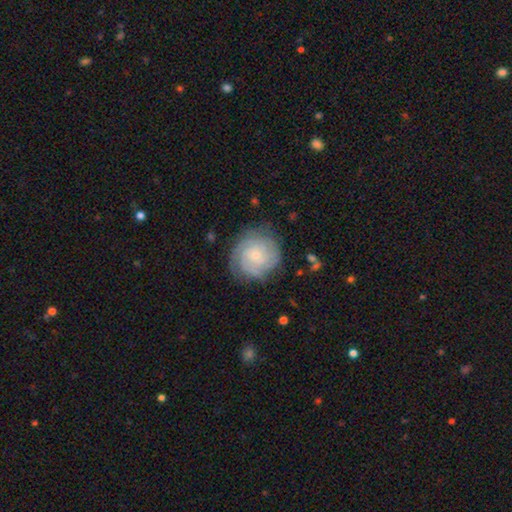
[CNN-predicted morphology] Smooth or featured: featured or disk — 77% (smooth — 16%)
Edge-on disk: no — 98% (yes — 2%)
Bar: no — 77% (weak — 20%)
Spiral arms: yes — 95% (no — 5%)
Spiral winding: tight — 76% (medium — 20%)
Spiral arm count: can't tell — 32% (3 — 23%)
Bulge size: small — 79% (moderate — 16%)
Merging: none — 79% (minor disturbance — 15%)